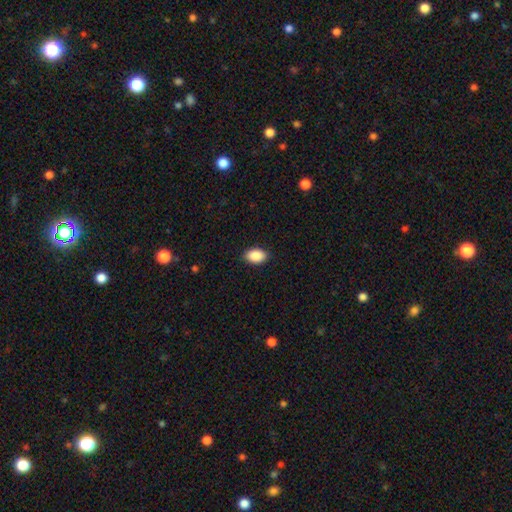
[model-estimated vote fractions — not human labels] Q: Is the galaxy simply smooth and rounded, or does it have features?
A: smooth — 89%.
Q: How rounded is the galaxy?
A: in between — 91%.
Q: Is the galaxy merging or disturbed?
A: none — 89%.